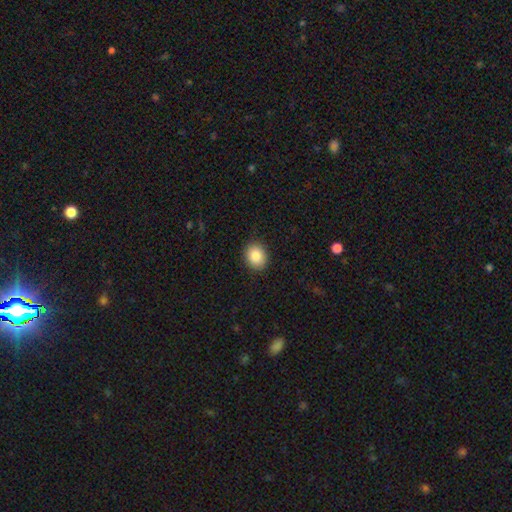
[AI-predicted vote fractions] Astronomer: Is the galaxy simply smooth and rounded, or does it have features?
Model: smooth — 84%.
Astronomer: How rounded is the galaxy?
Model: round — 63%.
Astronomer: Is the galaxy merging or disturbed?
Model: none — 90%.